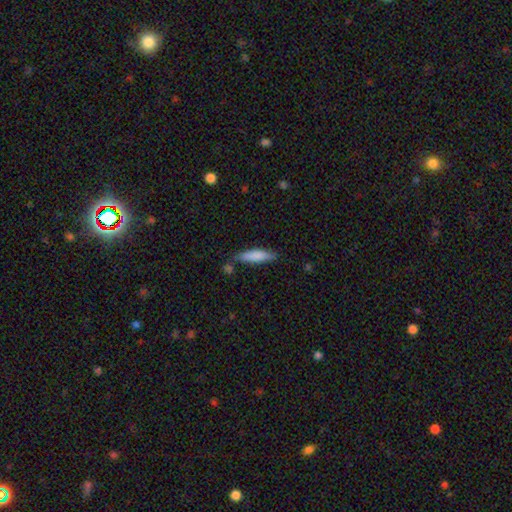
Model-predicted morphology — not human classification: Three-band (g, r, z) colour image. It shows a smooth galaxy with no disk features (80%) that is cigar-shaped (74%). Merging: none (72%).